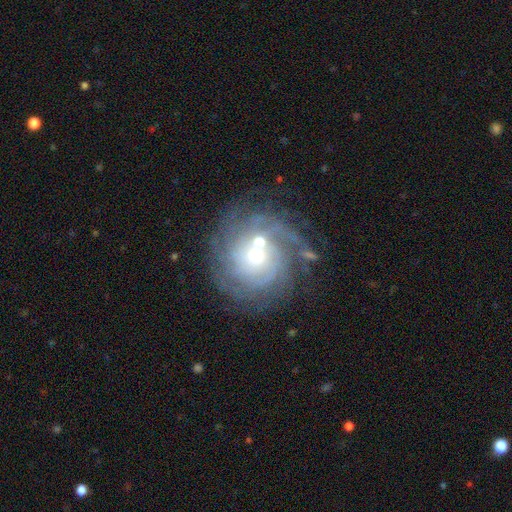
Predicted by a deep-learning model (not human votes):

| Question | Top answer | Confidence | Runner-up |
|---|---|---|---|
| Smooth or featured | featured or disk | 80% | smooth (12%) |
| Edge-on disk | no | 97% | yes (3%) |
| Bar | no | 79% | weak (16%) |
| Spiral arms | yes | 92% | no (8%) |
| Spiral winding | tight | 70% | medium (22%) |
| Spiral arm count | can't tell | 32% | 3 (22%) |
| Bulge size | moderate | 55% | small (38%) |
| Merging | none | 58% | merger (16%) |